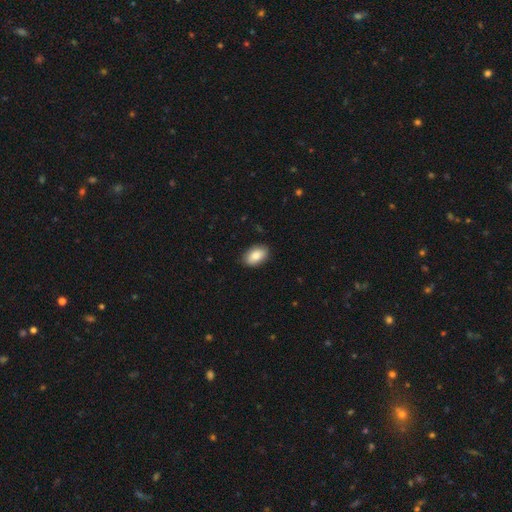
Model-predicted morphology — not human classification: Smooth or featured? smooth (87%)
How rounded? in between (92%)
Merging? none (87%)